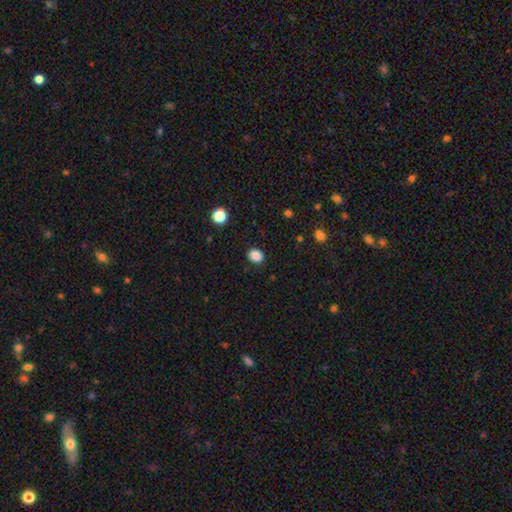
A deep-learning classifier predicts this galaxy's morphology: Smooth or featured?
  - smooth: 86% *
  - star or artifact: 11%
  - featured or disk: 3%
How rounded?
  - round: 57% *
  - in between: 42%
  - cigar-shaped: 1%
Merging?
  - none: 88% *
  - minor disturbance: 8%
  - major disturbance: 2%
  - merger: 1%